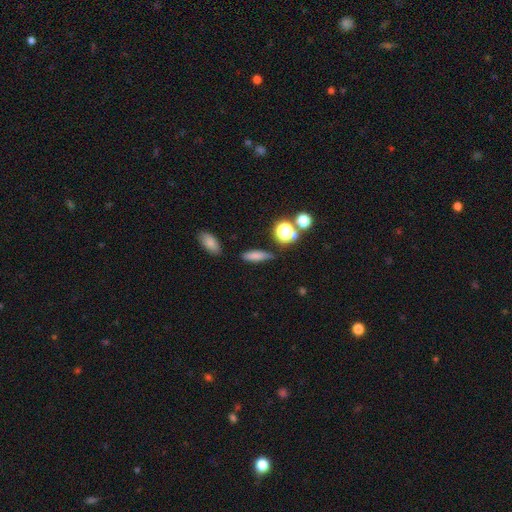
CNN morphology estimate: Smooth or featured? smooth (76%)
How rounded? cigar-shaped (50%)
Merging? none (76%)